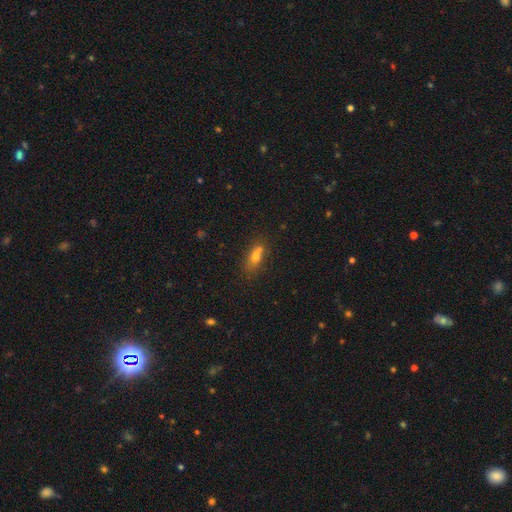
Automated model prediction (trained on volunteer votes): smooth-or-featured: smooth: 66% | featured or disk: 18% | star or artifact: 16%
  how-rounded: in between: 64% | cigar-shaped: 27% | round: 9%
  merging: none: 54% | minor disturbance: 19% | merger: 18% | major disturbance: 9%